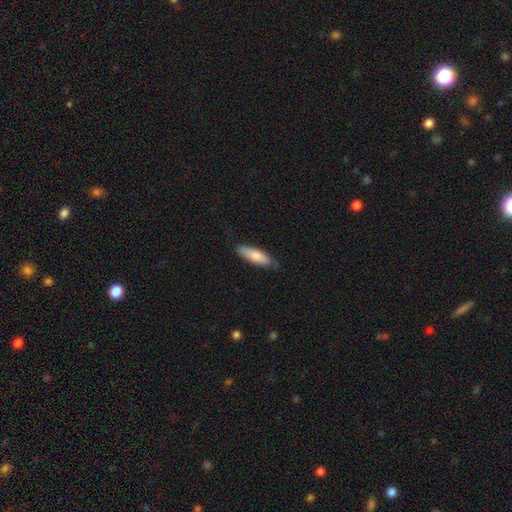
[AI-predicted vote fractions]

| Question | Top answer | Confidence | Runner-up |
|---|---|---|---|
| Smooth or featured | smooth | 80% | featured or disk (14%) |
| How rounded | cigar-shaped | 51% | in between (47%) |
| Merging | none | 78% | minor disturbance (18%) |